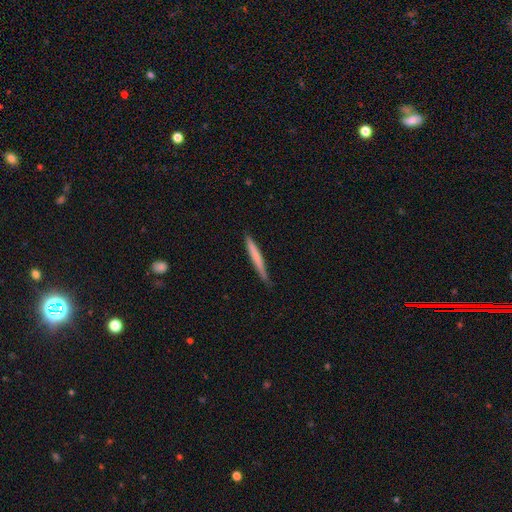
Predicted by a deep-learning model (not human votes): smooth 65%, featured or disk 30%, star or artifact 5%. Down the decision tree: how rounded — cigar-shaped (96%); merging — none (80%).